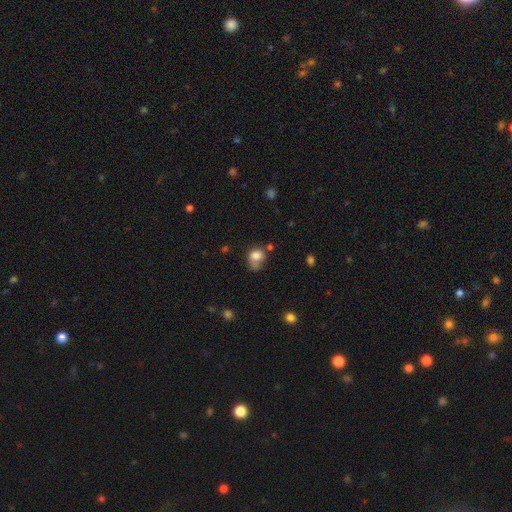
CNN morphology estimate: Smooth or featured?
  - smooth: 77% *
  - featured or disk: 12%
  - star or artifact: 11%
How rounded?
  - round: 58% *
  - in between: 41%
  - cigar-shaped: 1%
Merging?
  - none: 37% *
  - minor disturbance: 29%
  - major disturbance: 20%
  - merger: 14%